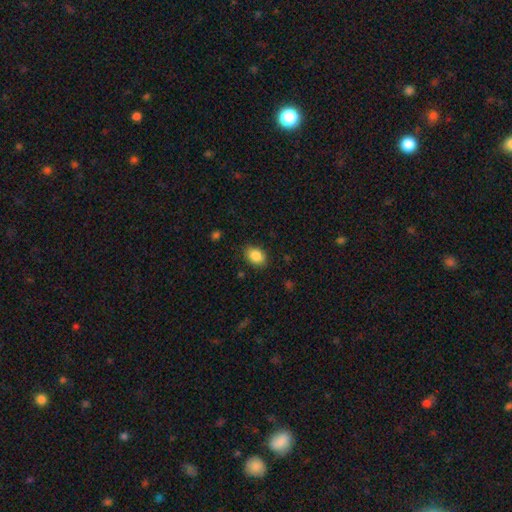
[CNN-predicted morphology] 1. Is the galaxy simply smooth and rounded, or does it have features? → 88% smooth, 8% star or artifact, 4% featured or disk.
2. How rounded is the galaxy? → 73% in between, 26% round, 1% cigar-shaped.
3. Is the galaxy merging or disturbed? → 83% none, 13% minor disturbance, 3% major disturbance, 1% merger.